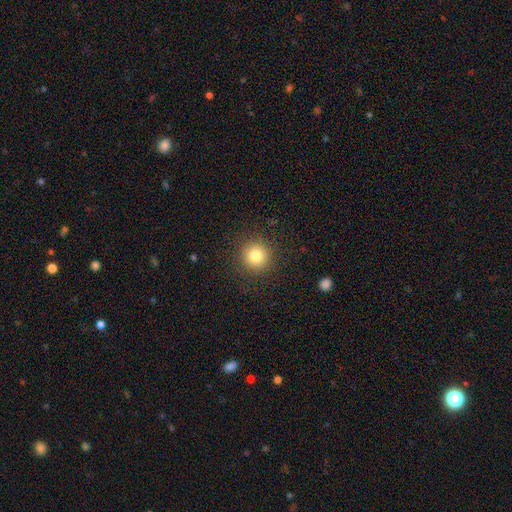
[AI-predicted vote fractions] smooth_or_featured: smooth (p=0.81) [alt: star or artifact p=0.12]
how_rounded: round (p=0.95) [alt: in between p=0.04]
merging: none (p=0.91) [alt: minor disturbance p=0.06]